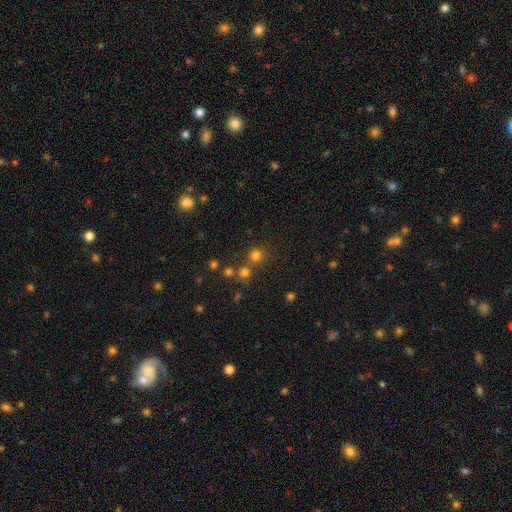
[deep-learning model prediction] Smooth or featured: smooth — 71% (star or artifact — 22%)
How rounded: round — 90% (in between — 9%)
Merging: none — 69% (merger — 21%)